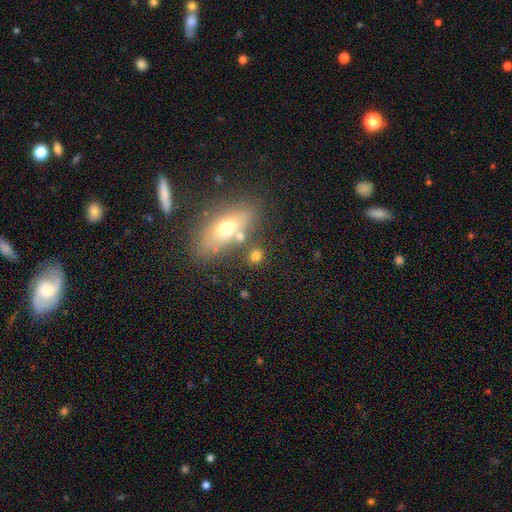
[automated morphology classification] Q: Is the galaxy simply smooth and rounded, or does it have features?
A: smooth — 73%.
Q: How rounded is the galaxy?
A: round — 65%.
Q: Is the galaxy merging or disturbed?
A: none — 70%.